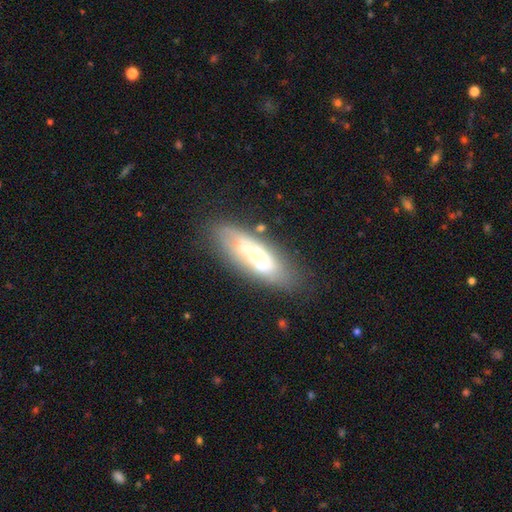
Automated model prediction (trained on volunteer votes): Overall: featured or disk (62%; smooth 31%). Edge-on disk: no (79%). Merging: none (67%).